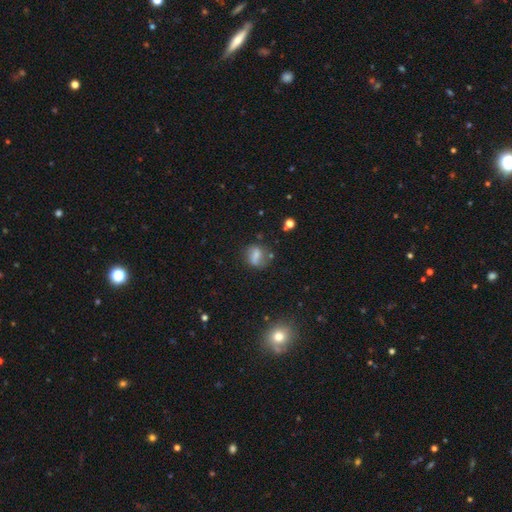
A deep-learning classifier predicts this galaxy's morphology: This is likely a smooth galaxy (60%). How rounded: possibly in between (49%). Merging: possibly none (59%).